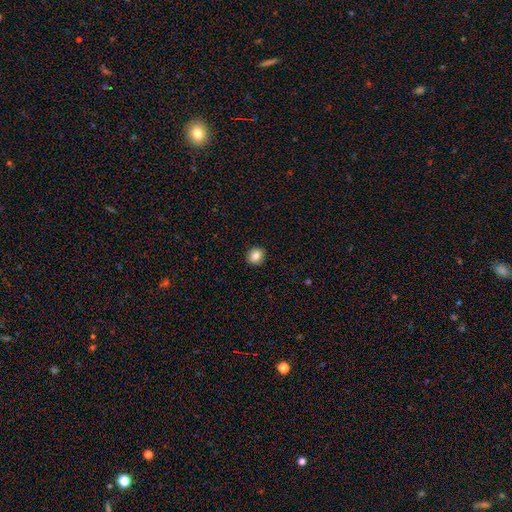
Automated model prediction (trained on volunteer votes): smooth_or_featured: smooth (p=0.84) [alt: star or artifact p=0.09]
how_rounded: round (p=0.83) [alt: in between p=0.16]
merging: none (p=0.91) [alt: minor disturbance p=0.06]